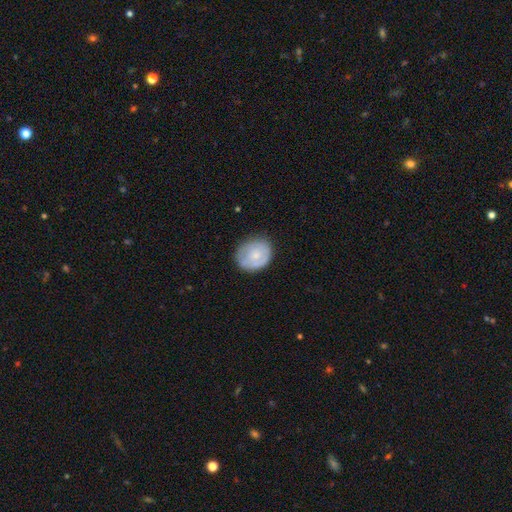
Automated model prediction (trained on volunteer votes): Smooth or featured? Predicted: smooth (p=0.61). How rounded? Predicted: round (p=0.71). Merging? Predicted: none (p=0.70).